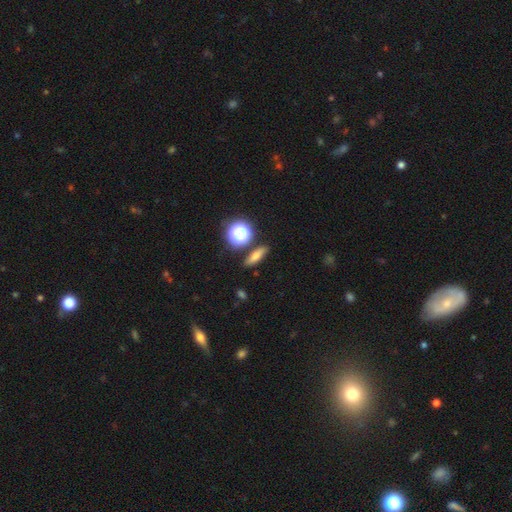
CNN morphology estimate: This is likely a smooth galaxy (67%). How rounded: possibly cigar-shaped (48%). Merging: clearly none (82%).